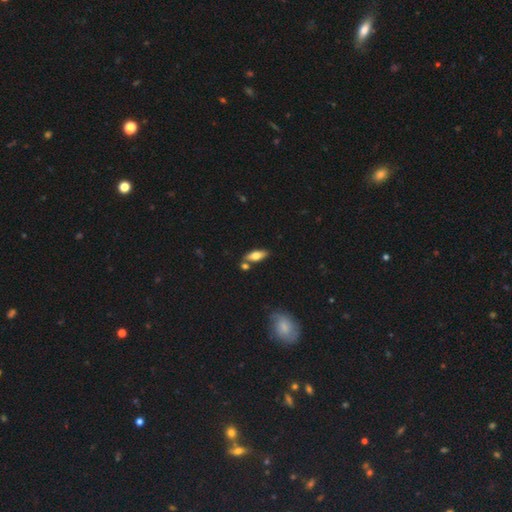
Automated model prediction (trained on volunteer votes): Morphology: type=smooth (61%); roundness=in between (68%); merging=none (76%).